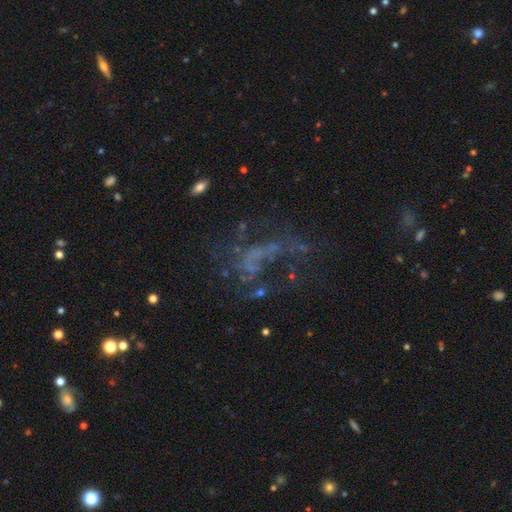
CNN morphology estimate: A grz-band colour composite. It shows a featured or disk galaxy (54%) with no bar (84%), no spiral arms (74%) and no central bulge (82%). Merging: major disturbance (45%).